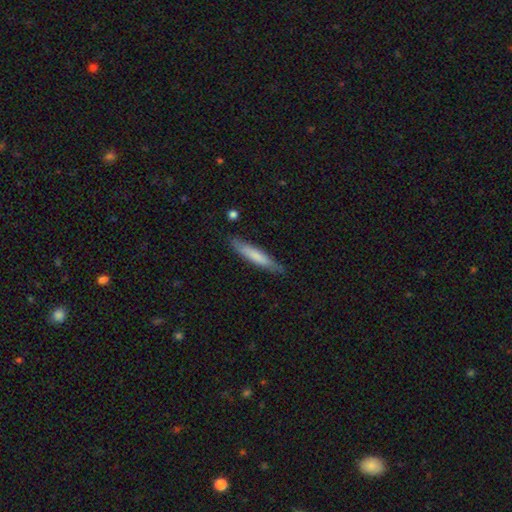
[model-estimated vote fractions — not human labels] Q: Smooth or featured?
A: smooth (70%); runner-up: featured or disk (25%)
Q: How rounded?
A: cigar-shaped (91%); runner-up: in between (8%)
Q: Merging?
A: none (84%); runner-up: minor disturbance (13%)